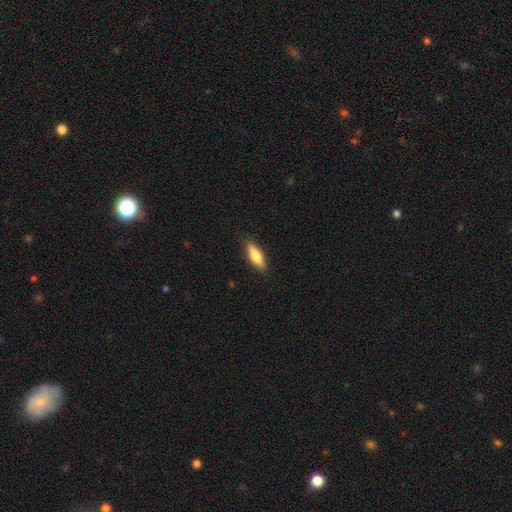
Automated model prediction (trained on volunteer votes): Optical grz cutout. It shows a smooth galaxy with no disk features (67%) that is cigar-shaped (50%). Merging: none (87%).